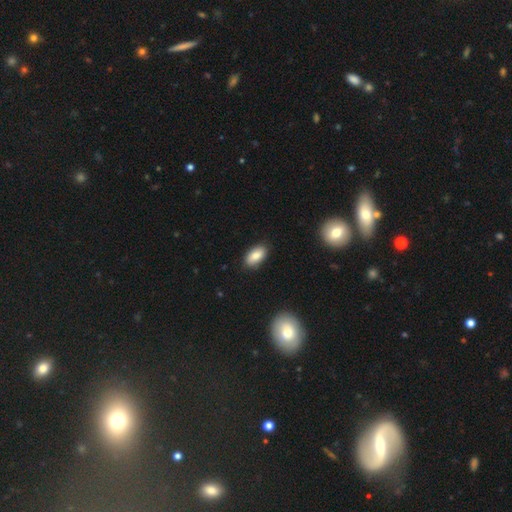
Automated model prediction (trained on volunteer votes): Smooth or featured: smooth — 83% (featured or disk — 10%)
How rounded: in between — 93% (round — 4%)
Merging: none — 86% (minor disturbance — 10%)